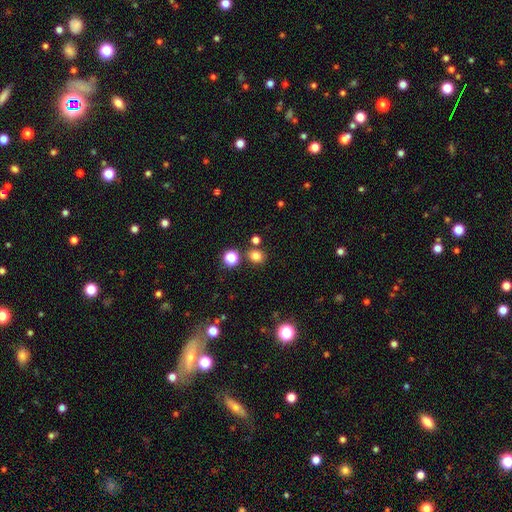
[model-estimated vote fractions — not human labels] Smooth or featured? smooth (79%)
How rounded? round (71%)
Merging? none (78%)